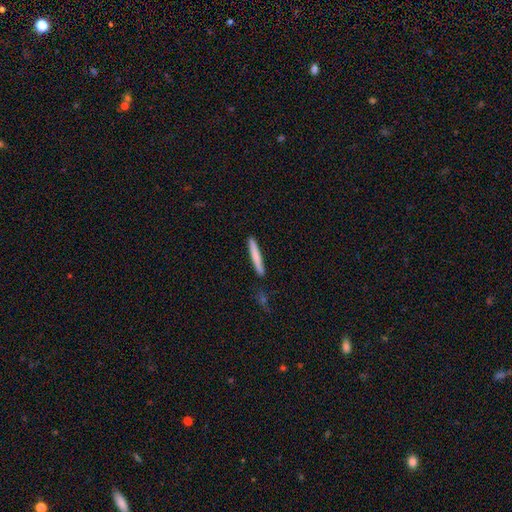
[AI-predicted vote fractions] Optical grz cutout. It shows a smooth galaxy with no disk features (74%) that is cigar-shaped (96%). Merging: none (90%).